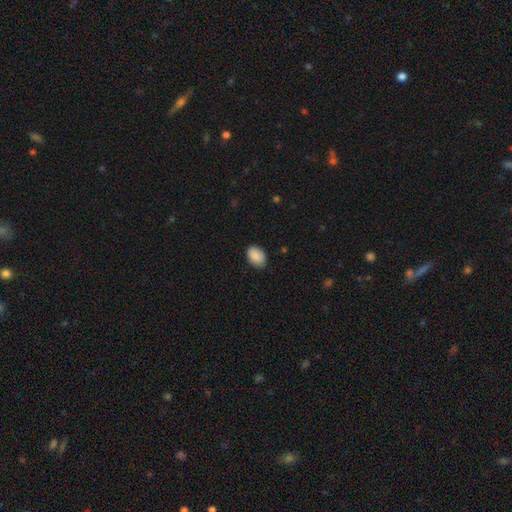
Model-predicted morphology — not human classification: A smooth galaxy with no disk features (89%) that is in between round and cigar-shaped (81%).

Vote fractions:
- Smooth or featured? smooth: 89% / star or artifact: 7% / featured or disk: 4%
- How rounded? in between: 81% / round: 18% / cigar-shaped: 1%
- Merging? none: 78% / minor disturbance: 18% / major disturbance: 3% / merger: 1%